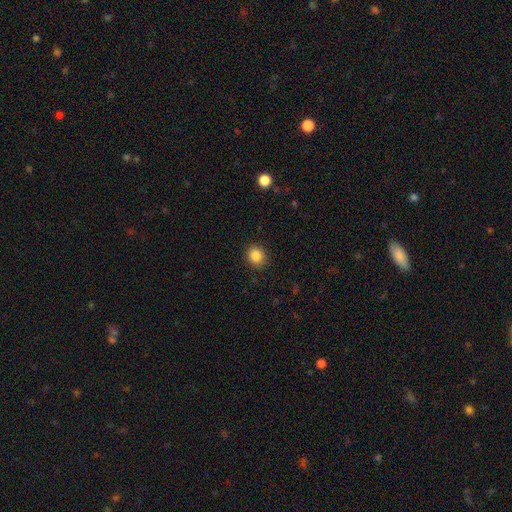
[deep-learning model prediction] Q: Smooth or featured?
A: smooth (86%); runner-up: star or artifact (10%)
Q: How rounded?
A: round (77%); runner-up: in between (22%)
Q: Merging?
A: none (90%); runner-up: minor disturbance (7%)